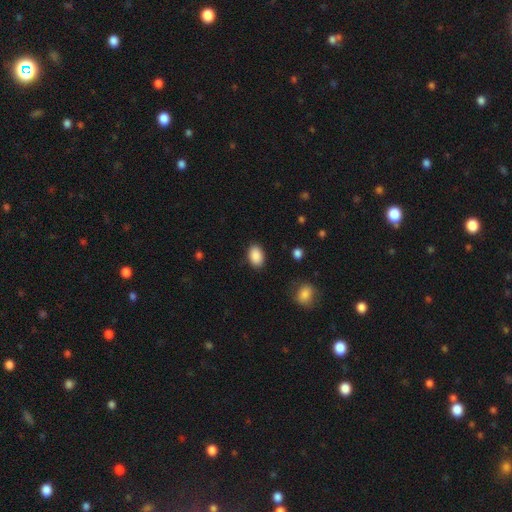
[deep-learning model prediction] A smooth galaxy with no disk features (90%) that is in between round and cigar-shaped (88%).

Vote fractions:
- Smooth or featured? smooth: 90% / star or artifact: 7% / featured or disk: 3%
- How rounded? in between: 88% / round: 11% / cigar-shaped: 1%
- Merging? none: 87% / minor disturbance: 9% / major disturbance: 3% / merger: 1%